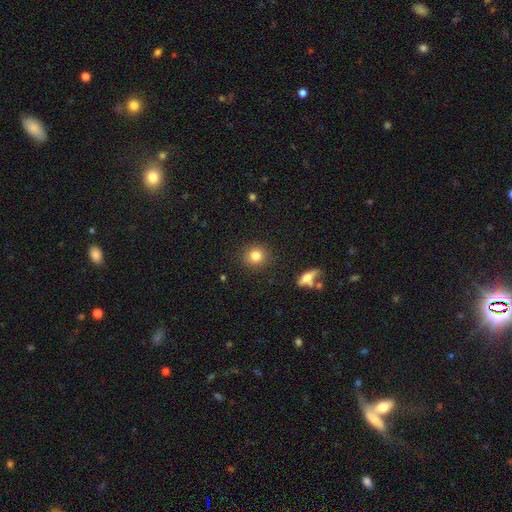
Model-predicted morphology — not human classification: smooth_or_featured: smooth (p=0.82) [alt: star or artifact p=0.10]
how_rounded: round (p=0.86) [alt: in between p=0.12]
merging: none (p=0.89) [alt: minor disturbance p=0.07]